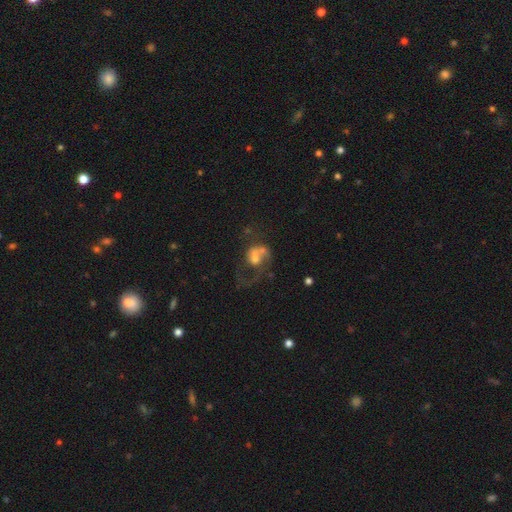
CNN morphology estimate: Smooth or featured? featured or disk (53%)
Edge-on disk? no (98%)
Bar? no (77%)
Spiral arms? no (55%)
Bulge size? moderate (36%)
Merging? major disturbance (41%)